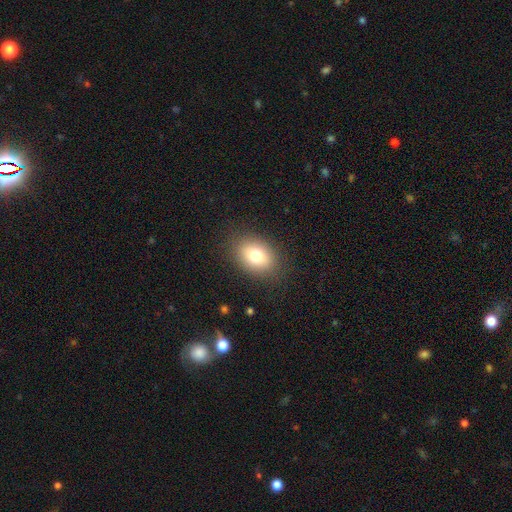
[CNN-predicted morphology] Smooth or featured? smooth (77%)
How rounded? in between (70%)
Merging? none (86%)